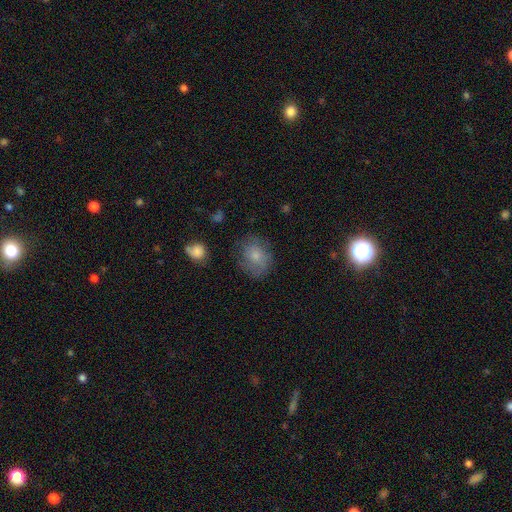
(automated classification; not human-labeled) smooth-or-featured: smooth: 73% | featured or disk: 17% | star or artifact: 9%
  how-rounded: round: 59% | in between: 40% | cigar-shaped: 1%
  merging: none: 67% | minor disturbance: 22% | major disturbance: 9% | merger: 2%